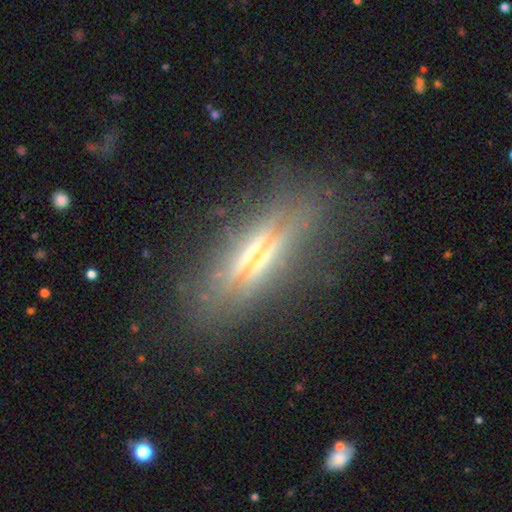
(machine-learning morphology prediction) This is likely a featured or disk galaxy (73%). It is clearly viewed edge-on (92%). Edge-on bulge: likely rounded (65%). Merging: likely none (76%).